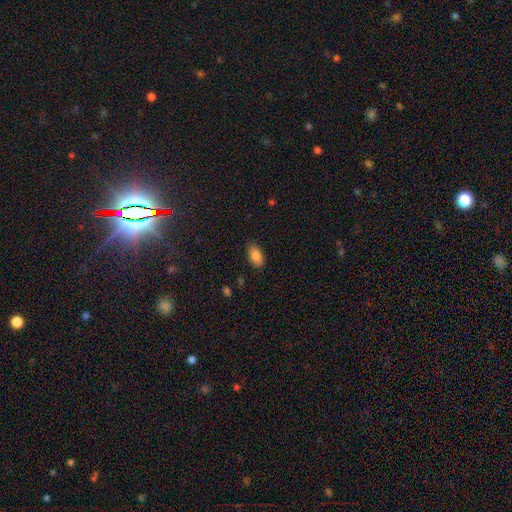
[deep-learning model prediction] Smooth or featured: smooth — 84% (featured or disk — 8%)
How rounded: in between — 91% (cigar-shaped — 5%)
Merging: none — 81% (minor disturbance — 15%)